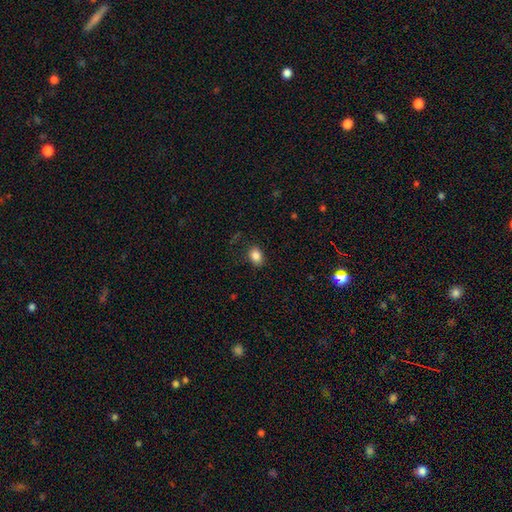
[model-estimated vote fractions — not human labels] smooth_or_featured: smooth (p=0.85) [alt: star or artifact p=0.10]
how_rounded: in between (p=0.66) [alt: round p=0.33]
merging: none (p=0.83) [alt: minor disturbance p=0.13]